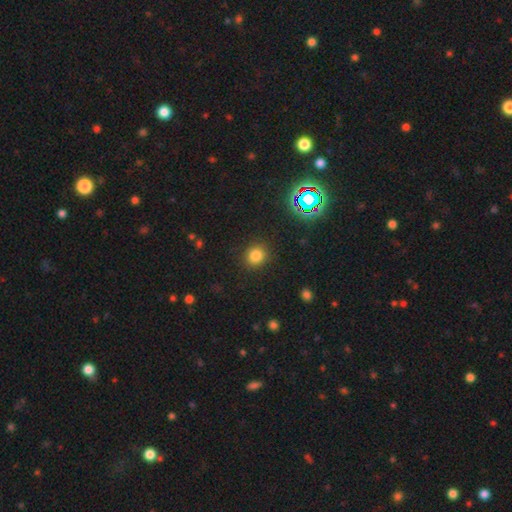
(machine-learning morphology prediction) Smooth or featured? Predicted: smooth (p=0.79). How rounded? Predicted: round (p=0.84). Merging? Predicted: none (p=0.89).